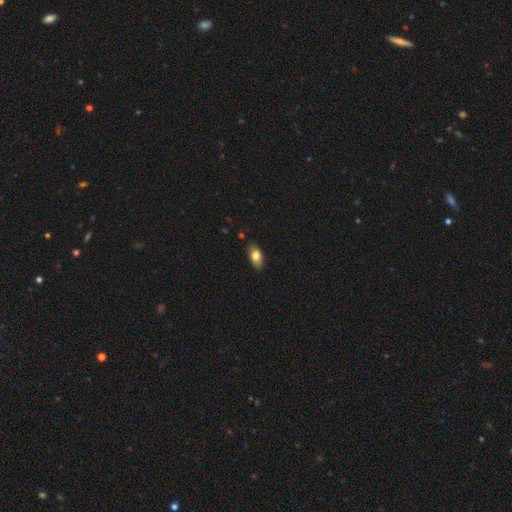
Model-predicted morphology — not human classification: Q: Smooth or featured?
A: smooth (80%); runner-up: featured or disk (13%)
Q: How rounded?
A: in between (91%); runner-up: round (5%)
Q: Merging?
A: none (84%); runner-up: minor disturbance (13%)